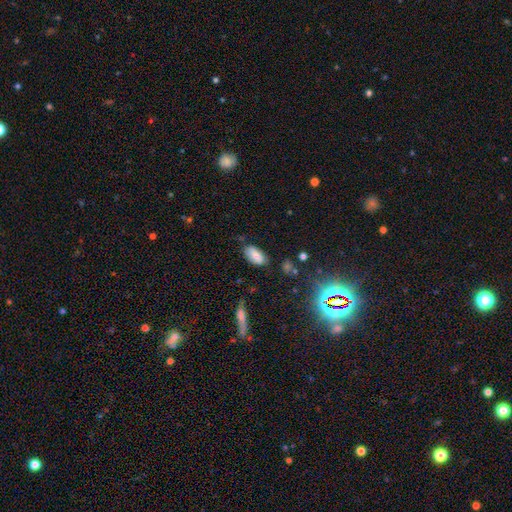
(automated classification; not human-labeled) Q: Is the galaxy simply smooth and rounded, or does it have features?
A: smooth — 78%.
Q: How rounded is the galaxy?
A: in between — 93%.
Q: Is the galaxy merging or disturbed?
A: none — 77%.